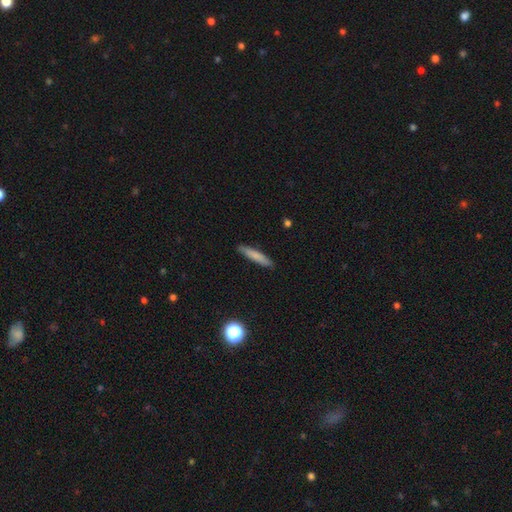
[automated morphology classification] This appears to be a smooth galaxy with no disk features (78%) that is cigar-shaped (91%). Merging: none (89%).